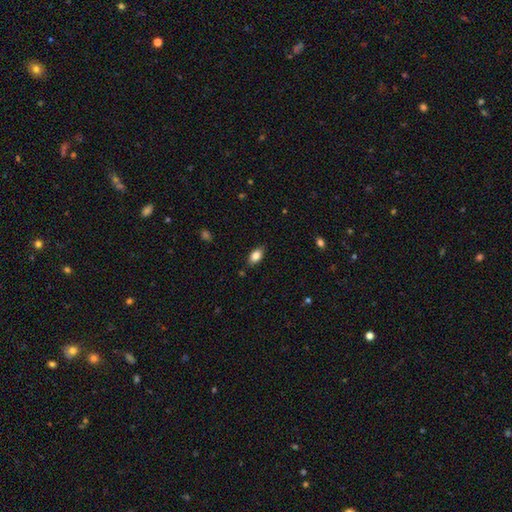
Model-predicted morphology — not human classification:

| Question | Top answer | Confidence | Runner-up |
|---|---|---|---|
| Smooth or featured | smooth | 84% | featured or disk (8%) |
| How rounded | in between | 91% | round (6%) |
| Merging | none | 84% | minor disturbance (12%) |